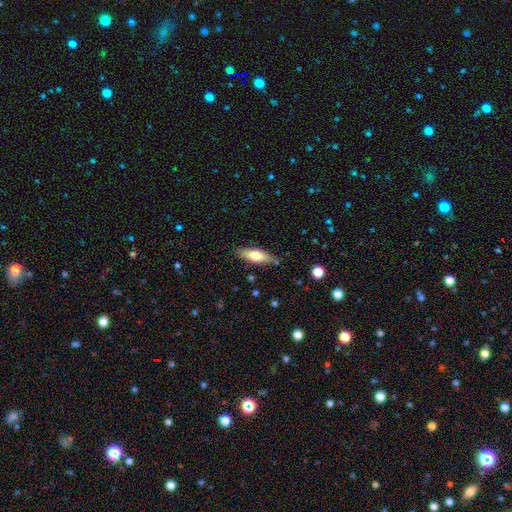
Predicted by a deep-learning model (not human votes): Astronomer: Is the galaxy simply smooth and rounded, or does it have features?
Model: smooth — 63%.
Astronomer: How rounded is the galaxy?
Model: in between — 54% (runner-up: cigar-shaped, 44%).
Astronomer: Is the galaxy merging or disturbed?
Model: none — 81%.